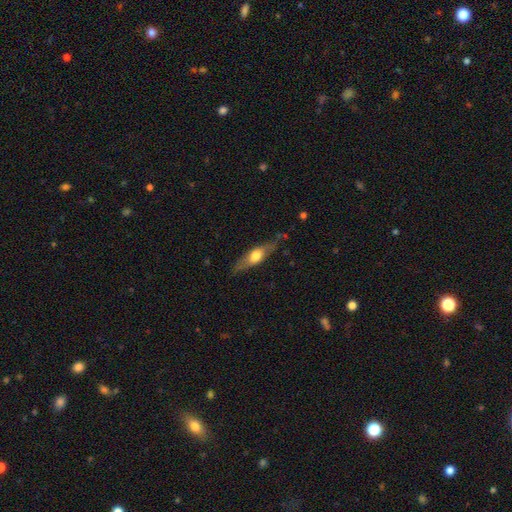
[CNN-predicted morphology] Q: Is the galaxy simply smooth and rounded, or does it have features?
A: featured or disk — 48%.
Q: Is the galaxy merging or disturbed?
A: none — 74%.